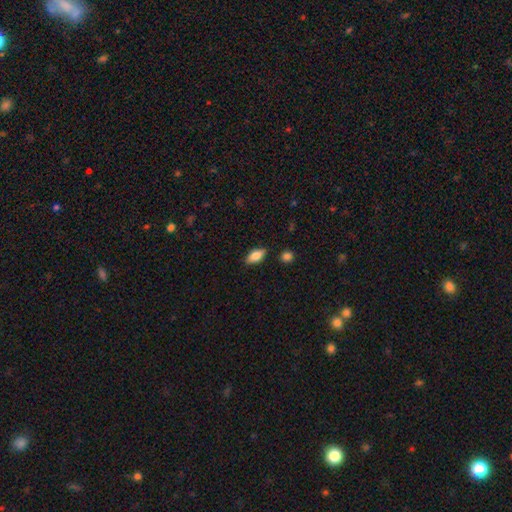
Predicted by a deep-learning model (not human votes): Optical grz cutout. It shows a smooth galaxy with no disk features (82%) that is in between round and cigar-shaped (88%). Merging: none (85%).